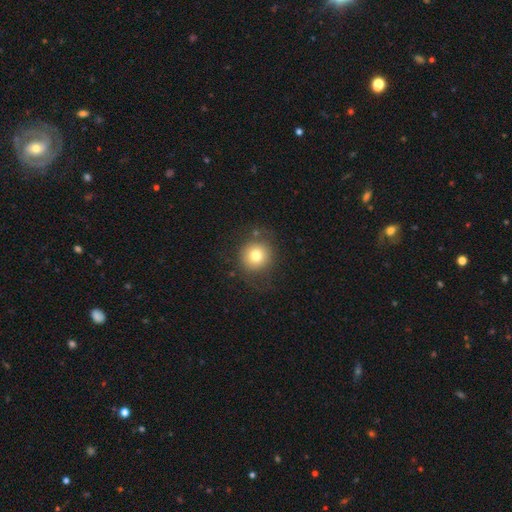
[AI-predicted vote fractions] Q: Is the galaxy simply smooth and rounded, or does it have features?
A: smooth — 75%.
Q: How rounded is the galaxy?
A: round — 92%.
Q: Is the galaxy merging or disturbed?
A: none — 75%.